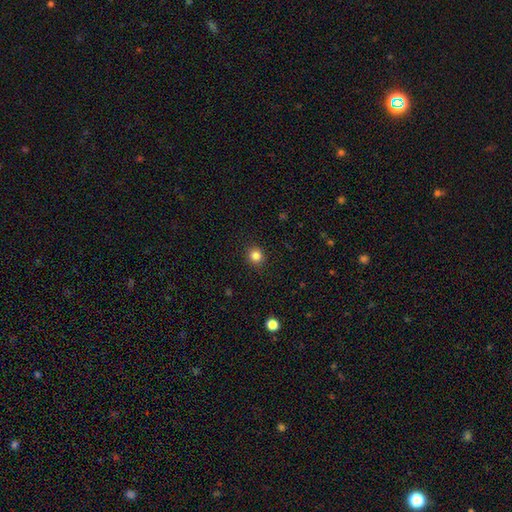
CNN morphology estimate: type=smooth (84%); roundness=round (87%); merging=none (90%).